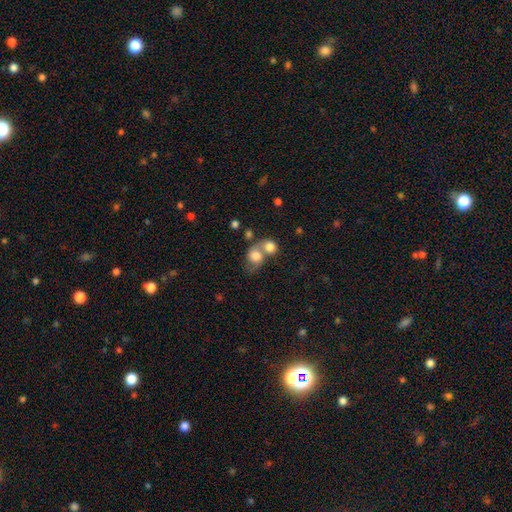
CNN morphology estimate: A smooth galaxy with no disk features (67%) that is round (66%).

Vote fractions:
- Smooth or featured? smooth: 67% / featured or disk: 24% / star or artifact: 9%
- How rounded? round: 66% / in between: 33% / cigar-shaped: 1%
- Merging? merger: 60% / none: 24% / minor disturbance: 9% / major disturbance: 7%